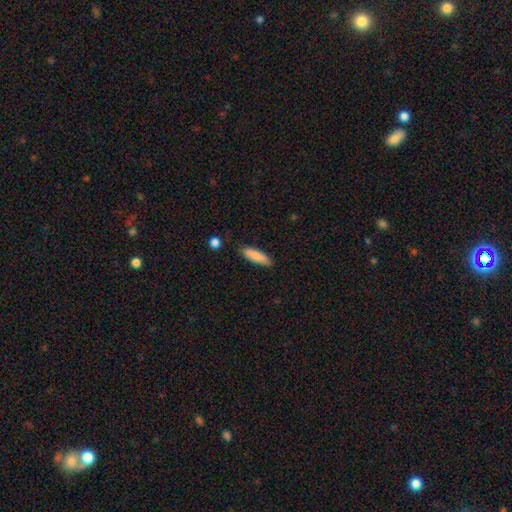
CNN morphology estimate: Smooth or featured?
  - smooth: 84% *
  - featured or disk: 9%
  - star or artifact: 6%
How rounded?
  - cigar-shaped: 52% *
  - in between: 46%
  - round: 2%
Merging?
  - none: 84% *
  - minor disturbance: 12%
  - major disturbance: 2%
  - merger: 2%